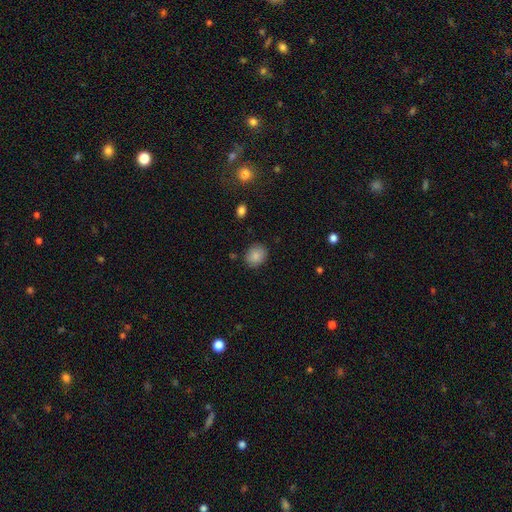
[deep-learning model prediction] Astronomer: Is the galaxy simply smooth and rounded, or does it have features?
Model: smooth — 87%.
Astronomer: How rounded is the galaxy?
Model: round — 64%.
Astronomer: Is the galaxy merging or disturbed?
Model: none — 85%.